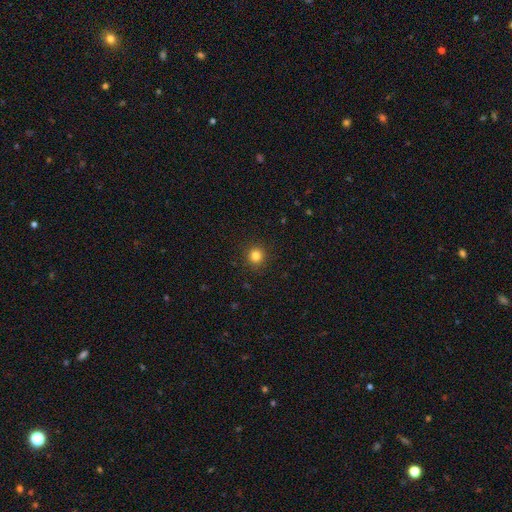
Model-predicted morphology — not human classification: Smooth or featured?
  - smooth: 82% *
  - star or artifact: 13%
  - featured or disk: 5%
How rounded?
  - round: 93% *
  - in between: 6%
  - cigar-shaped: 1%
Merging?
  - none: 91% *
  - minor disturbance: 5%
  - major disturbance: 2%
  - merger: 1%